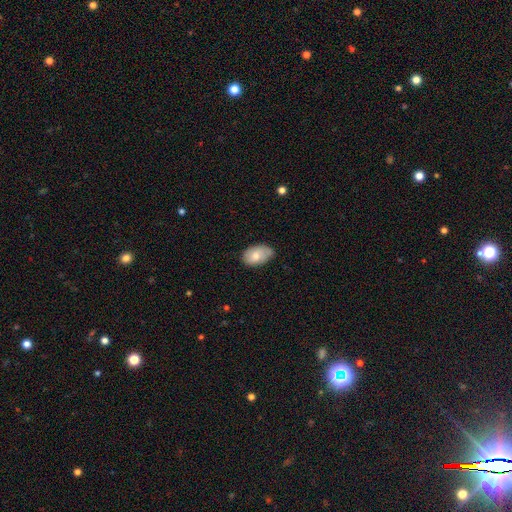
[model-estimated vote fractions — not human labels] smooth_or_featured: smooth (p=0.74) [alt: featured or disk p=0.19]
how_rounded: in between (p=0.92) [alt: round p=0.07]
merging: none (p=0.64) [alt: minor disturbance p=0.30]